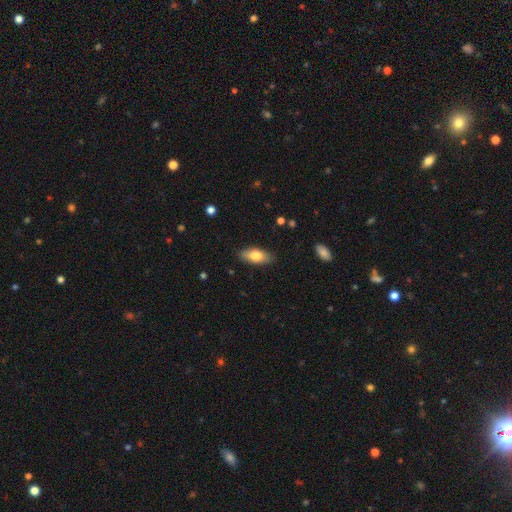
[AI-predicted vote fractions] Morphology: type=smooth (78%); roundness=in between (85%); merging=none (86%).